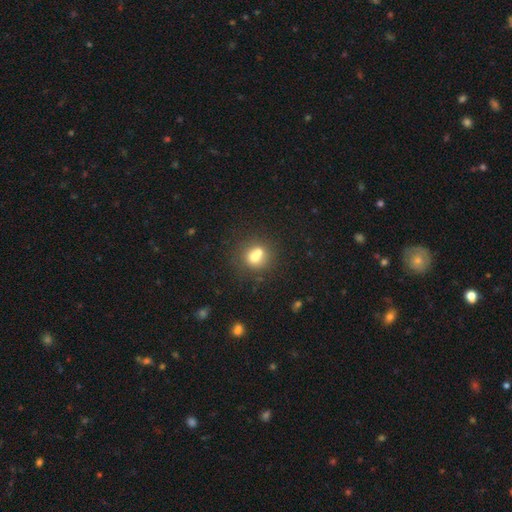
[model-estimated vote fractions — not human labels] A smooth galaxy with no disk features (67%) that is round (84%). Merging: merger (48%).